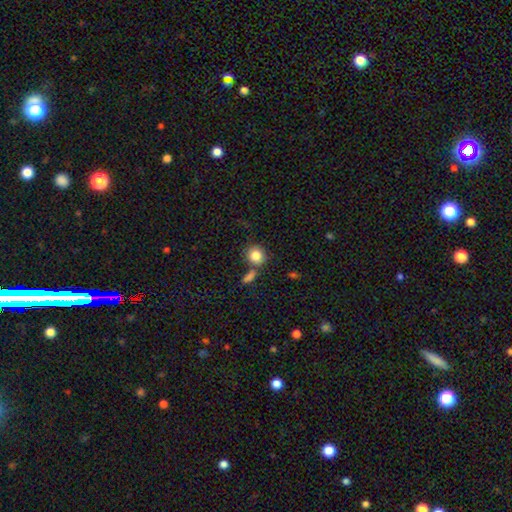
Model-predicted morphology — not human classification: smooth 84%, star or artifact 9%, featured or disk 7%. Down the decision tree: how rounded — round (84%); merging — none (65%).